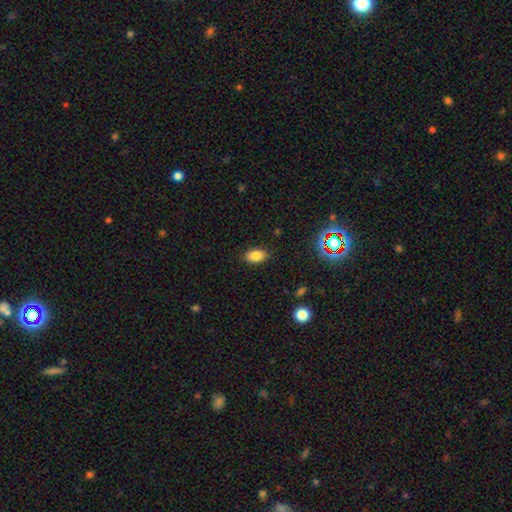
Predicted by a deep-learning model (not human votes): Smooth or featured: smooth — 83% (star or artifact — 11%)
How rounded: in between — 89% (round — 8%)
Merging: none — 86% (minor disturbance — 10%)